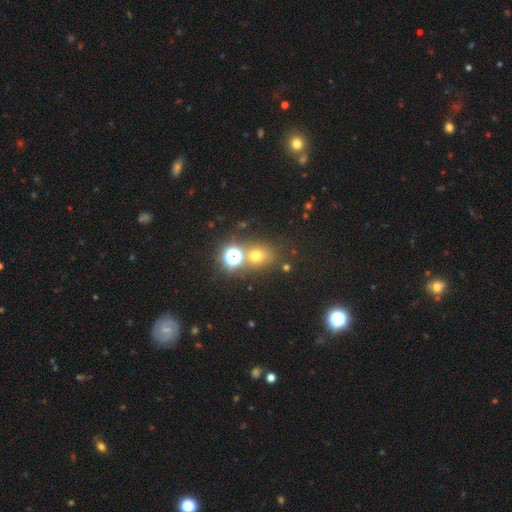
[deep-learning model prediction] A smooth galaxy with no disk features (58%) that is round (73%). Merging: none (68%).